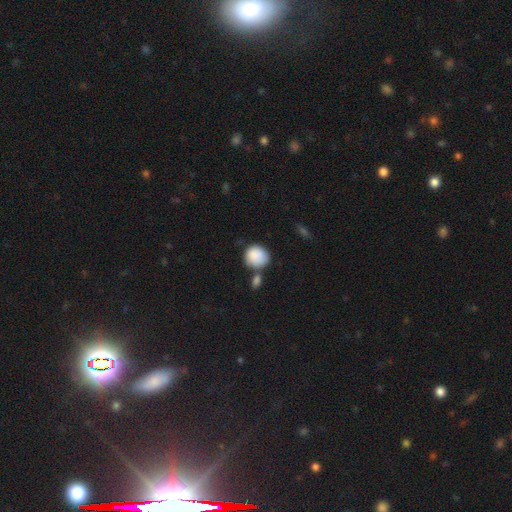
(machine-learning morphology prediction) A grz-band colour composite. It shows a smooth galaxy with no disk features (87%) that is round (78%). Merging: none (47%).